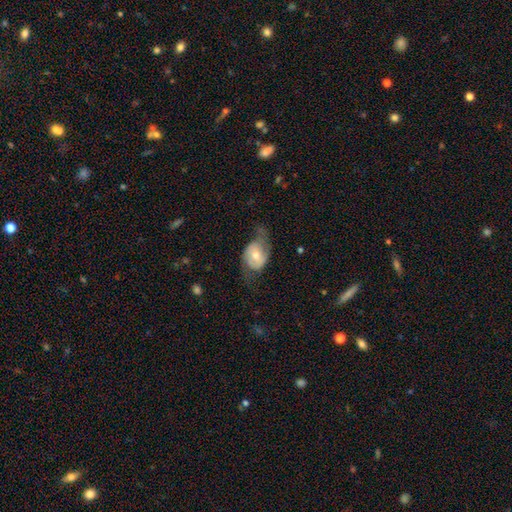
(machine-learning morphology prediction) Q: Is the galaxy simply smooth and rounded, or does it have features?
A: featured or disk — 53%.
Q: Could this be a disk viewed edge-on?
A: no — 94%.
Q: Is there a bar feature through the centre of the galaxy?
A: no — 57%.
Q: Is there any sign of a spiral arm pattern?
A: yes — 74%.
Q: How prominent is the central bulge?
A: moderate — 58%.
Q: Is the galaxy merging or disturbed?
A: none — 43%.